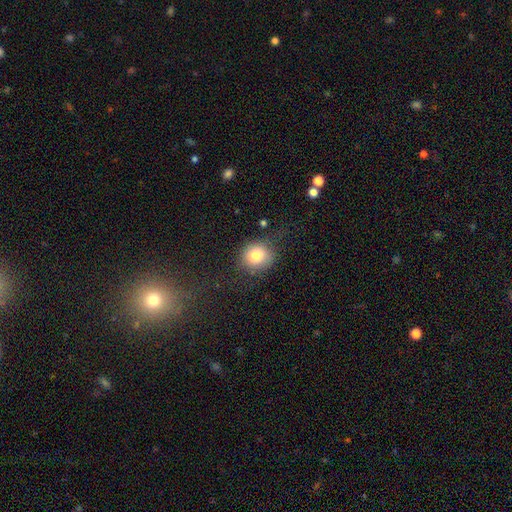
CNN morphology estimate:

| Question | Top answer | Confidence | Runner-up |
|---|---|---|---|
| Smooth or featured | smooth | 78% | star or artifact (11%) |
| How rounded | round | 78% | in between (21%) |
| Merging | none | 73% | minor disturbance (17%) |